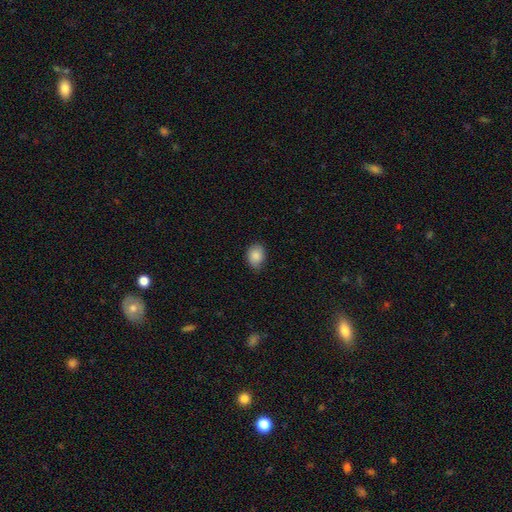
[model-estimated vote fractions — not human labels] Smooth or featured? smooth (88%)
How rounded? in between (63%)
Merging? none (74%)